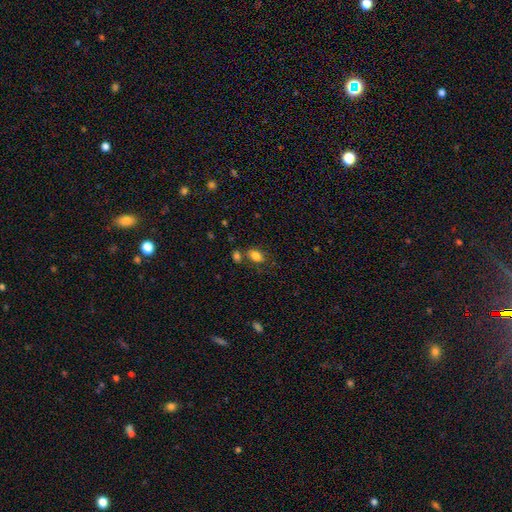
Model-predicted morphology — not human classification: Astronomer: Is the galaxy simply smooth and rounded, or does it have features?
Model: smooth — 82%.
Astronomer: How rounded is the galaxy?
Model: in between — 81%.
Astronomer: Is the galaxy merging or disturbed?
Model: none — 60%.